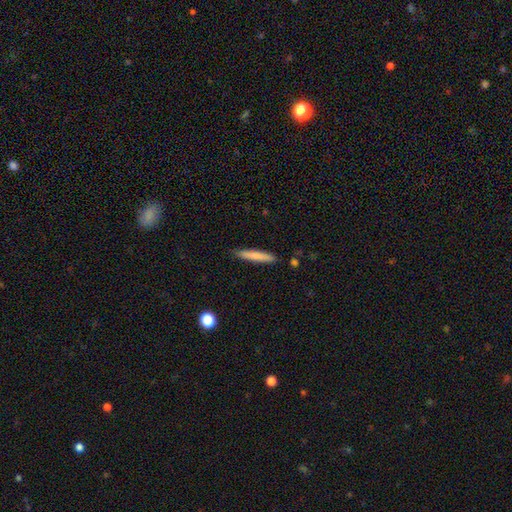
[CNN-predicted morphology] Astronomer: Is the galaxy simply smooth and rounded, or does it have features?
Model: smooth — 76%.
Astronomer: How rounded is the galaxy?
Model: cigar-shaped — 94%.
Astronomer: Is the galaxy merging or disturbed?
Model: none — 88%.